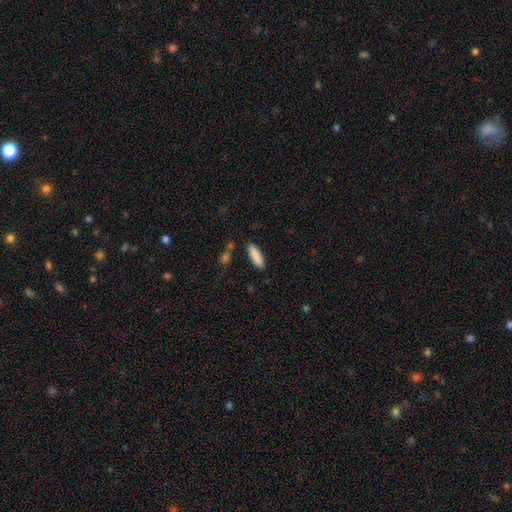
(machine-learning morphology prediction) Smooth or featured: smooth — 88% (star or artifact — 6%)
How rounded: cigar-shaped — 49% (tied with in between — 49%)
Merging: none — 86% (minor disturbance — 9%)